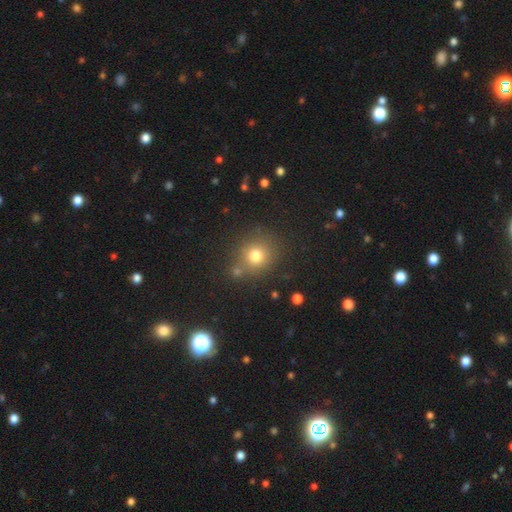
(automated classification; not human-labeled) Smooth or featured? Predicted: smooth (p=0.75). How rounded? Predicted: round (p=0.85). Merging? Predicted: none (p=0.74).